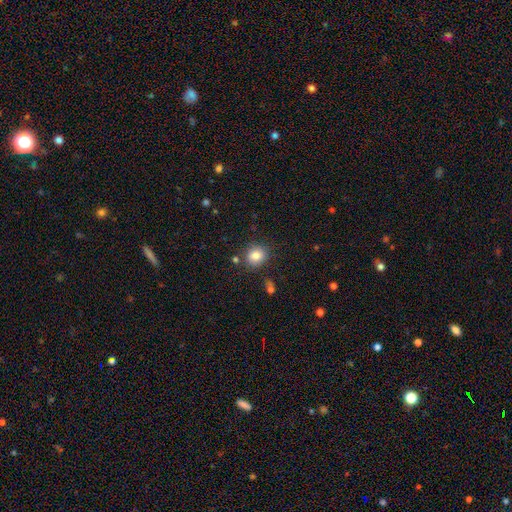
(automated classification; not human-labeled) Smooth or featured? Predicted: smooth (p=0.82). How rounded? Predicted: round (p=0.78). Merging? Predicted: none (p=0.83).